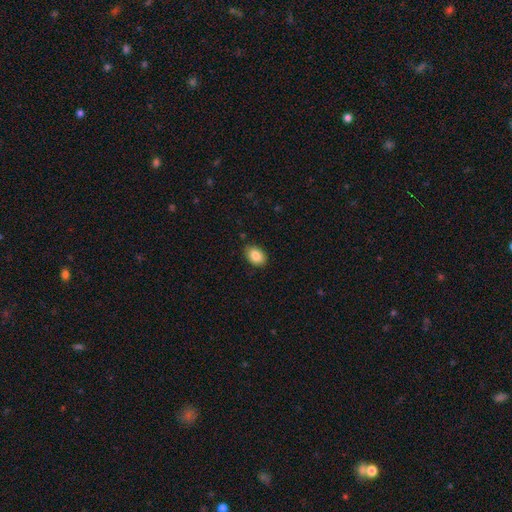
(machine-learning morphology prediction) This appears to be a smooth galaxy with no disk features (86%) that is in between round and cigar-shaped (83%). Merging: none (87%).